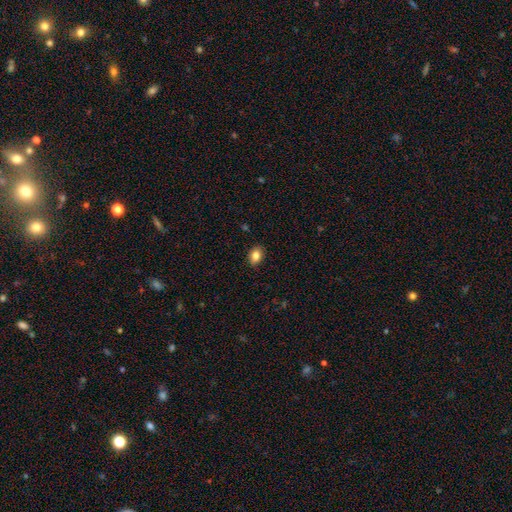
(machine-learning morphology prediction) This is clearly a smooth galaxy (83%). How rounded: likely in between (69%). Merging: clearly none (87%).